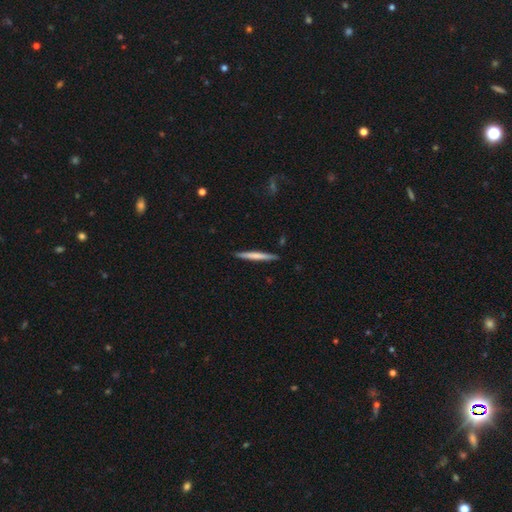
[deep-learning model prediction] smooth 59%, featured or disk 36%, star or artifact 5%. Down the decision tree: how rounded — cigar-shaped (97%); merging — none (90%).